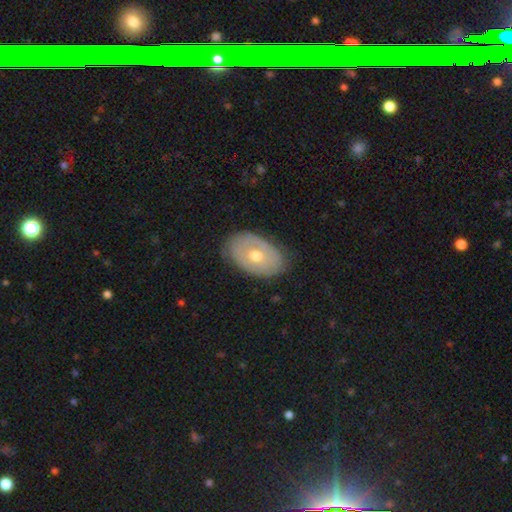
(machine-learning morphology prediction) A smooth galaxy with no disk features (50%).

Vote fractions:
- Smooth or featured? smooth: 50% / featured or disk: 44% / star or artifact: 6%
- Merging? none: 77% / minor disturbance: 18% / major disturbance: 4% / merger: 1%